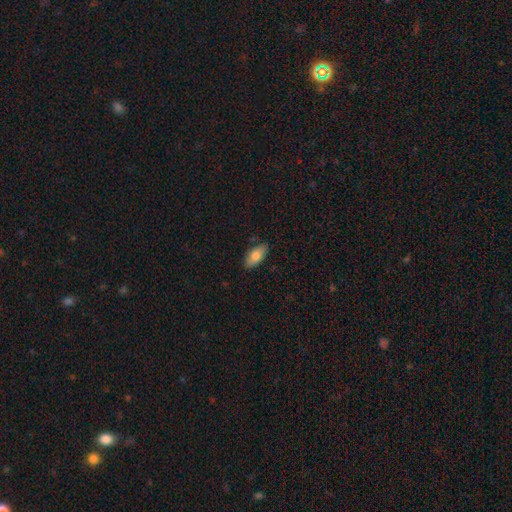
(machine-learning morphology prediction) A smooth galaxy with no disk features (79%) that is in between round and cigar-shaped (89%).

Vote fractions:
- Smooth or featured? smooth: 79% / featured or disk: 14% / star or artifact: 7%
- How rounded? in between: 89% / cigar-shaped: 8% / round: 3%
- Merging? none: 87% / minor disturbance: 10% / major disturbance: 2% / merger: 1%